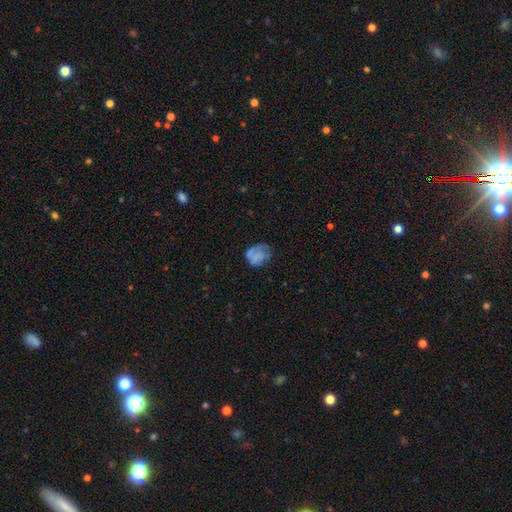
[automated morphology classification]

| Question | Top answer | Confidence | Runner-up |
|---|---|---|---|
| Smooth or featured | smooth | 58% | featured or disk (31%) |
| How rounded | round | 52% | in between (47%) |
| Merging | none | 45% | minor disturbance (31%) |